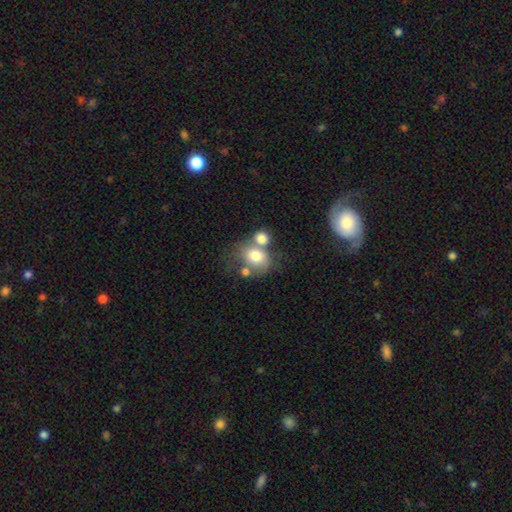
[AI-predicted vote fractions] Q: Smooth or featured?
A: smooth (71%); runner-up: featured or disk (19%)
Q: How rounded?
A: round (53%); runner-up: in between (46%)
Q: Merging?
A: merger (49%); runner-up: none (29%)